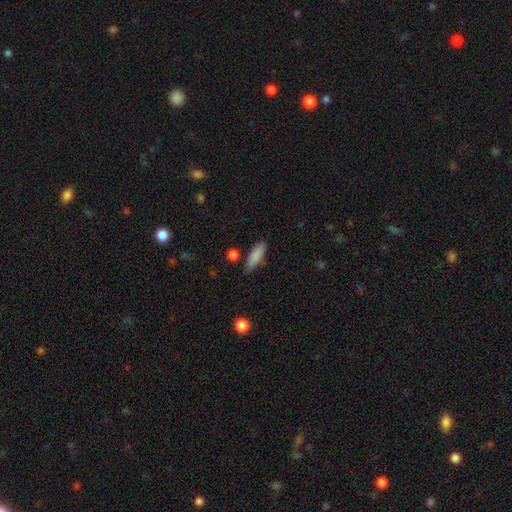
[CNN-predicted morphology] Smooth or featured? Predicted: smooth (p=0.85). How rounded? Predicted: in between (p=0.56). Merging? Predicted: none (p=0.74).